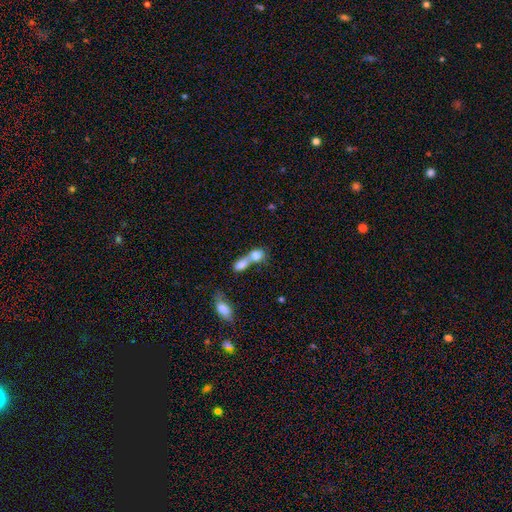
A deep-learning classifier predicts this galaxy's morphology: smooth-or-featured: smooth: 77% | featured or disk: 14% | star or artifact: 9%
  how-rounded: round: 47% | in between: 46% | cigar-shaped: 6%
  merging: merger: 72% | none: 17% | minor disturbance: 6% | major disturbance: 5%